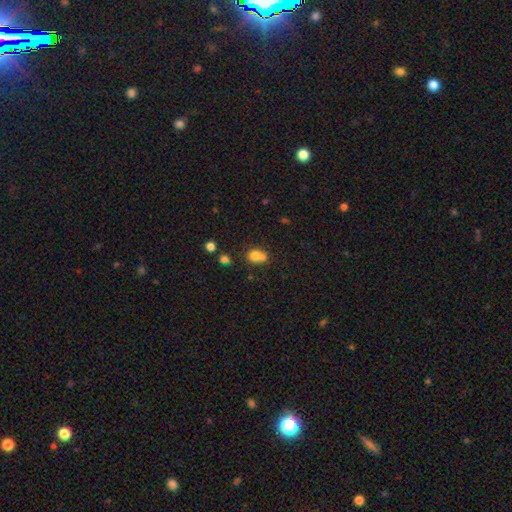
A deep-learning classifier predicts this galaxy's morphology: Smooth or featured?
  - smooth: 75% *
  - featured or disk: 13%
  - star or artifact: 12%
How rounded?
  - round: 60% *
  - in between: 39%
  - cigar-shaped: 1%
Merging?
  - merger: 49% *
  - none: 36%
  - minor disturbance: 11%
  - major disturbance: 5%